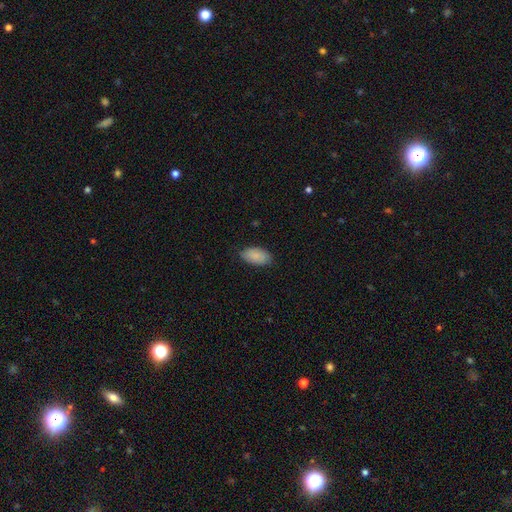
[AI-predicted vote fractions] A smooth galaxy with no disk features (88%) that is in between round and cigar-shaped (95%).

Vote fractions:
- Smooth or featured? smooth: 88% / star or artifact: 6% / featured or disk: 6%
- How rounded? in between: 95% / round: 3% / cigar-shaped: 2%
- Merging? none: 81% / minor disturbance: 15% / major disturbance: 3% / merger: 1%